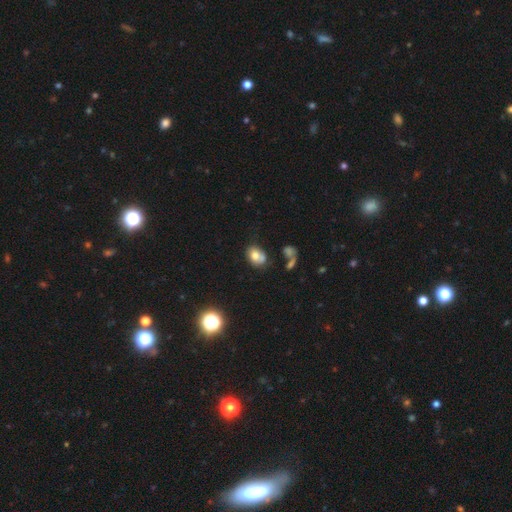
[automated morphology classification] A smooth galaxy with no disk features (74%) that is in between round and cigar-shaped (66%).

Vote fractions:
- Smooth or featured? smooth: 74% / featured or disk: 15% / star or artifact: 11%
- How rounded? in between: 66% / round: 32% / cigar-shaped: 1%
- Merging? none: 48% / minor disturbance: 23% / merger: 19% / major disturbance: 10%